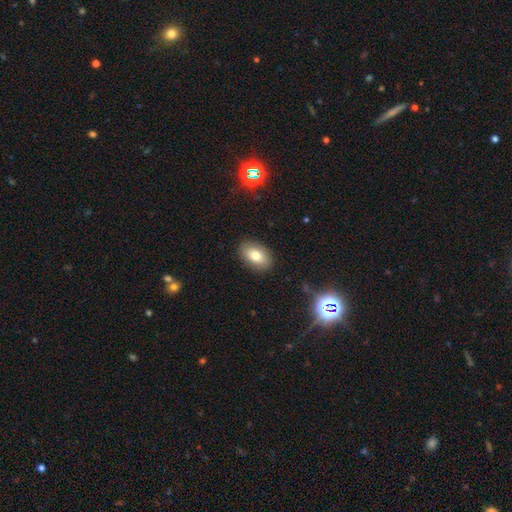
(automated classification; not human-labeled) Overall: smooth (76%). How rounded: in between (89%). Merging: none (87%).